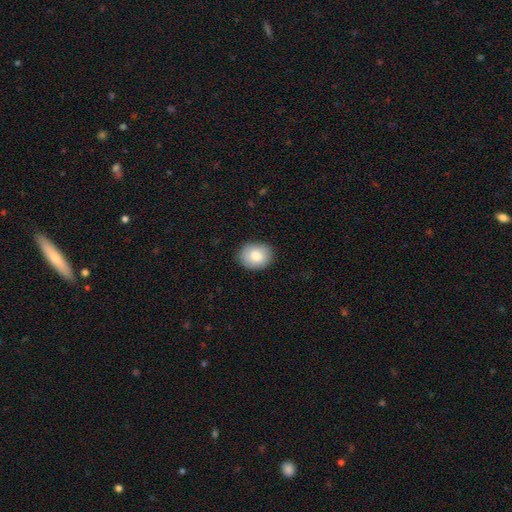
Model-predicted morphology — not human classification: A smooth galaxy with no disk features (81%) that is in between round and cigar-shaped (52%).

Vote fractions:
- Smooth or featured? smooth: 81% / featured or disk: 12% / star or artifact: 7%
- How rounded? in between: 52% / round: 47% / cigar-shaped: 1%
- Merging? none: 86% / minor disturbance: 11% / major disturbance: 2% / merger: 1%